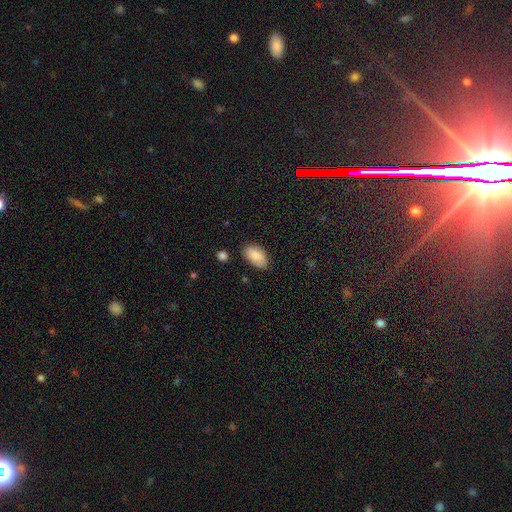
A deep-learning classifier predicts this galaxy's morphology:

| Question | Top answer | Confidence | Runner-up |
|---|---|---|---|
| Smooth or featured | smooth | 86% | featured or disk (8%) |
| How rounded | in between | 94% | round (4%) |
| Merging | none | 77% | minor disturbance (17%) |